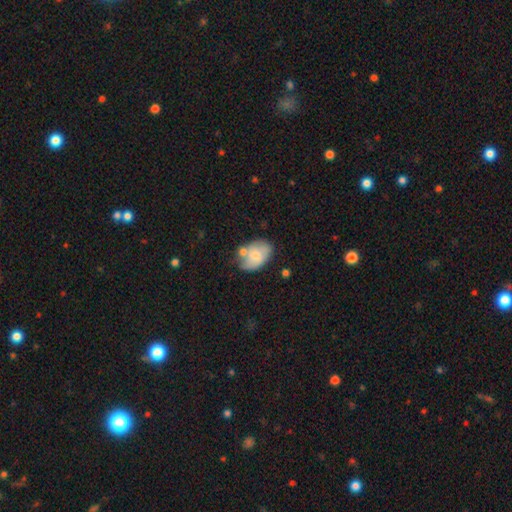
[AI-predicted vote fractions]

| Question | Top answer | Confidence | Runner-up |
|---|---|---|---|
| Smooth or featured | smooth | 64% | featured or disk (29%) |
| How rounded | in between | 87% | round (12%) |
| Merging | none | 52% | minor disturbance (23%) |